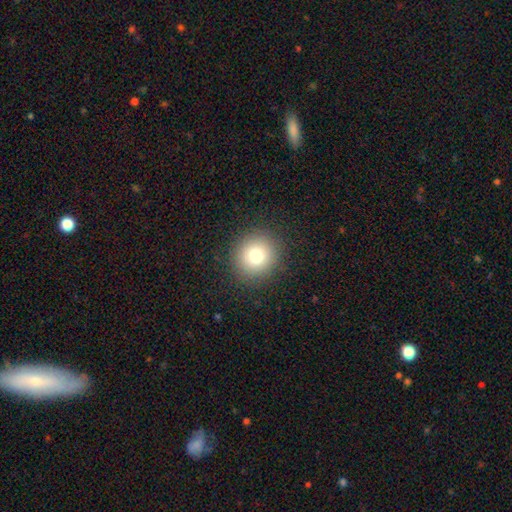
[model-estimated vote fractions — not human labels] Smooth or featured? smooth (77%)
How rounded? round (91%)
Merging? none (90%)